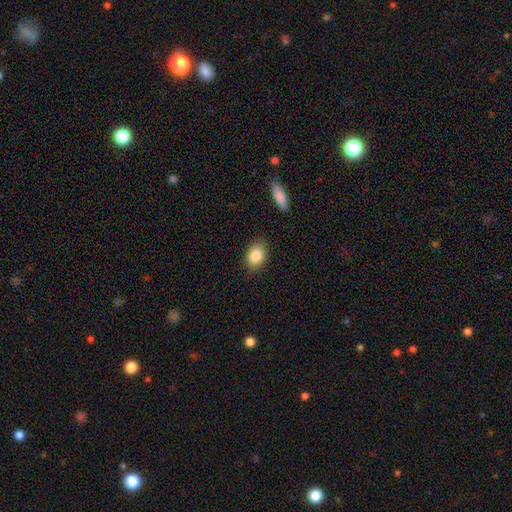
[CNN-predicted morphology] smooth-or-featured: smooth: 86% | star or artifact: 8% | featured or disk: 7%
  how-rounded: in between: 79% | round: 20% | cigar-shaped: 1%
  merging: none: 86% | minor disturbance: 10% | major disturbance: 3% | merger: 1%